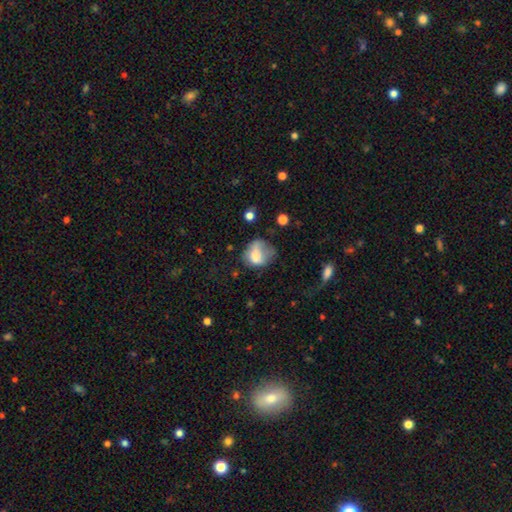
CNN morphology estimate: A smooth galaxy with no disk features (68%) that is round (56%).

Vote fractions:
- Smooth or featured? smooth: 68% / featured or disk: 22% / star or artifact: 10%
- How rounded? round: 56% / in between: 43% / cigar-shaped: 1%
- Merging? none: 33% / major disturbance: 31% / minor disturbance: 30% / merger: 6%